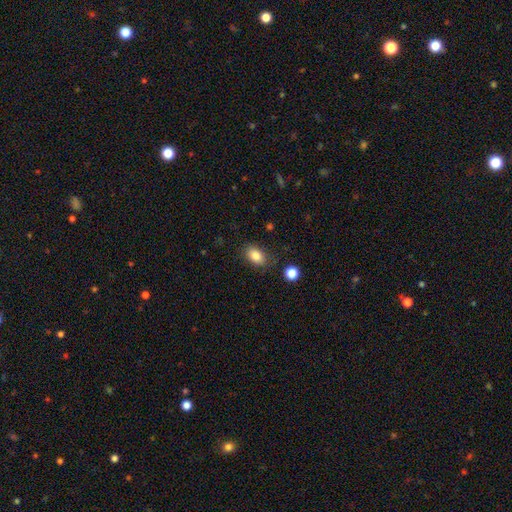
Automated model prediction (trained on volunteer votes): Morphology: type=smooth (84%); roundness=in between (85%); merging=none (82%).